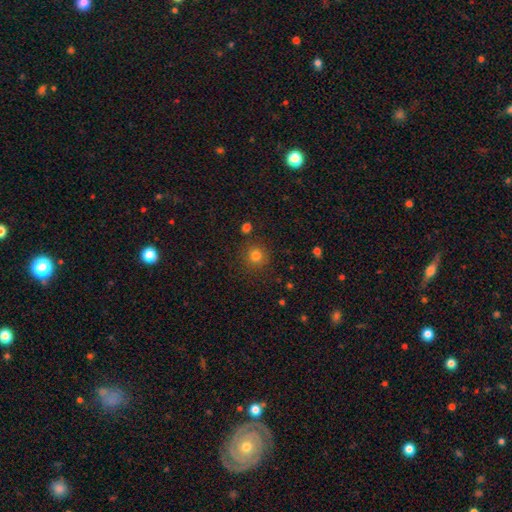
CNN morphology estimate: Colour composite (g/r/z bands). It shows a smooth galaxy with no disk features (80%) that is round (92%). Merging: none (86%).